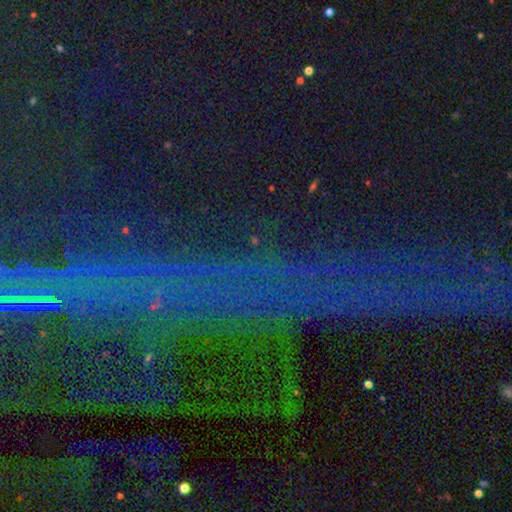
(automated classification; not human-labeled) Overall: star or artifact (79%).